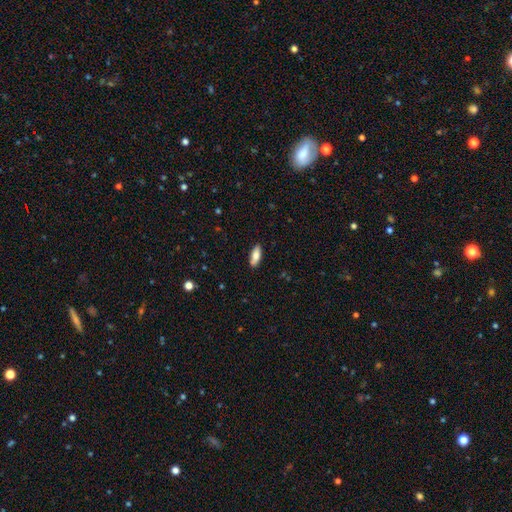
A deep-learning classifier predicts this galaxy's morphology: A smooth galaxy with no disk features (80%) that is in between round and cigar-shaped (74%). Merging: none (87%).